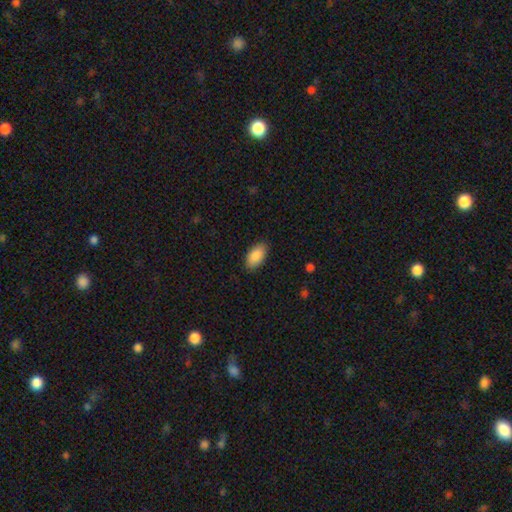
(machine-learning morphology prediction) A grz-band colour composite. It shows a smooth galaxy with no disk features (89%) that is in between round and cigar-shaped (94%). Merging: none (87%).